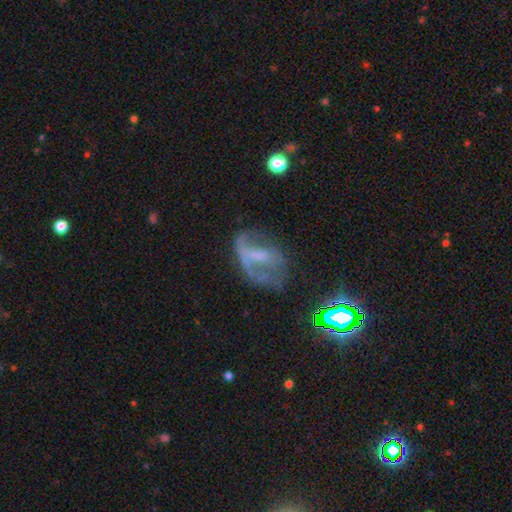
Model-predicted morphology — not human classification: This is possibly a featured or disk galaxy (56%). It is clearly not viewed edge-on (94%). Bar: possibly no (51%). Spiral arm pattern: possibly no (56%). Central bulge: possibly none (48%). Merging: marginally major disturbance (39%).